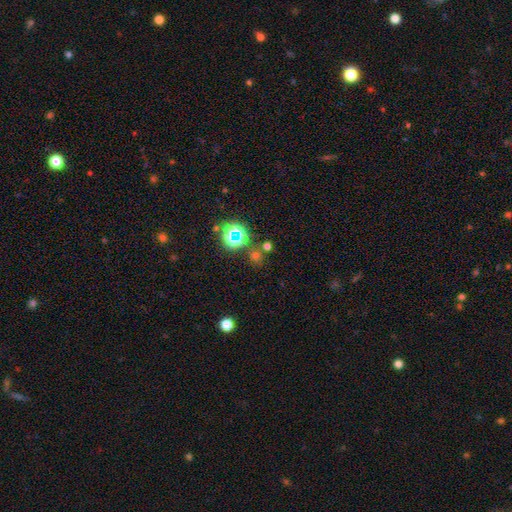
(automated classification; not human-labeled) Smooth or featured: star or artifact — 49% (smooth — 44%)